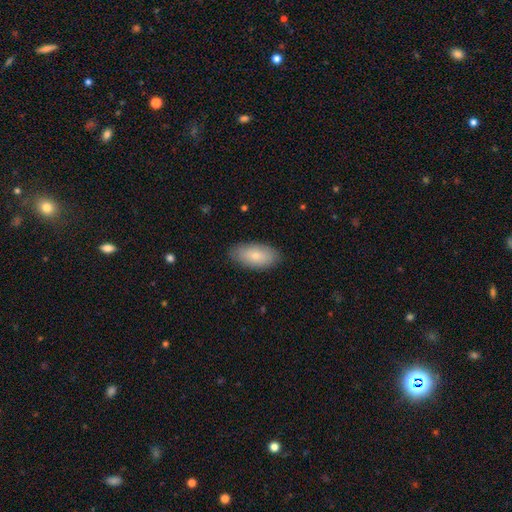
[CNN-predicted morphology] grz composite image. It shows a smooth galaxy with no disk features (80%) that is in between round and cigar-shaped (94%). Merging: none (85%).